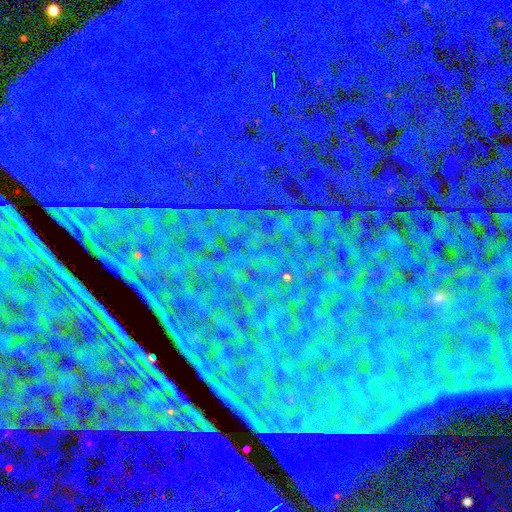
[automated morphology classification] Smooth or featured? star or artifact (86%)